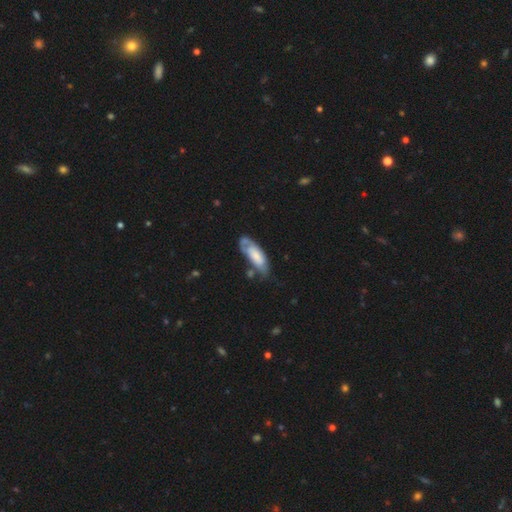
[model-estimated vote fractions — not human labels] Morphology: type=smooth (50%); roundness=in between (71%); merging=none (45%).